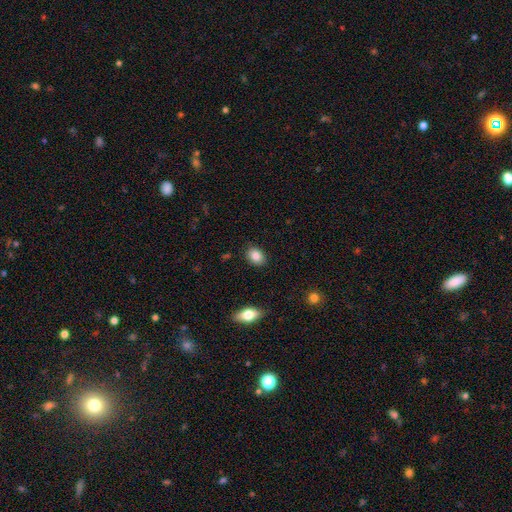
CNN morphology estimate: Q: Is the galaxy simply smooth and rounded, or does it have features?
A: smooth — 85%.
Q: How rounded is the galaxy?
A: in between — 71%.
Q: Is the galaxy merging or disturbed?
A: none — 87%.